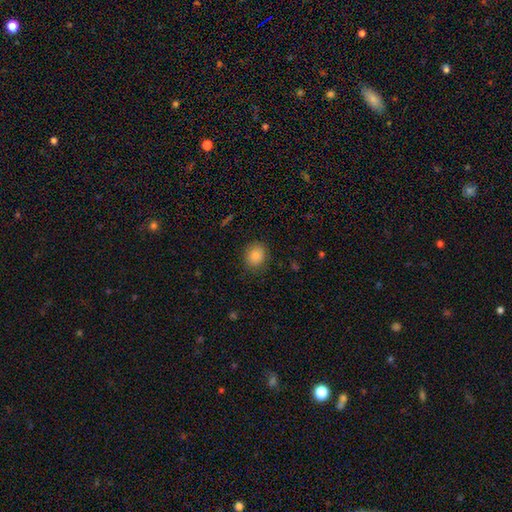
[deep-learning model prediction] Smooth or featured? Predicted: smooth (p=0.86). How rounded? Predicted: round (p=0.74). Merging? Predicted: none (p=0.84).